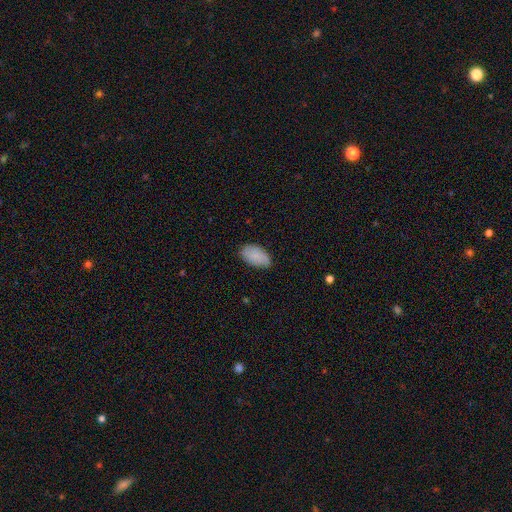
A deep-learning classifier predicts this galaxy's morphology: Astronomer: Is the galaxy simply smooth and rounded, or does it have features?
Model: smooth — 83%.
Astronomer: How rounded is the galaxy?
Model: in between — 94%.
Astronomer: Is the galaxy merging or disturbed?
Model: none — 73%.